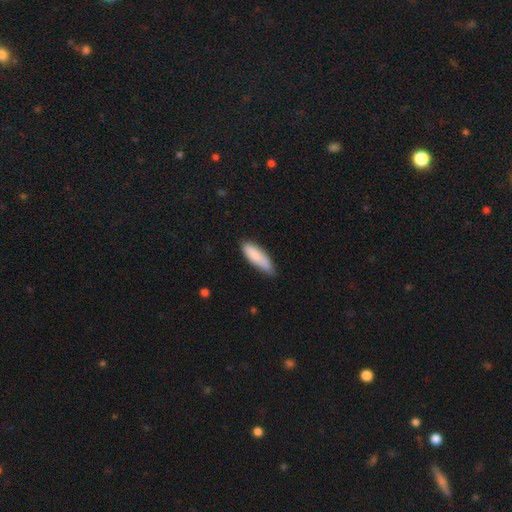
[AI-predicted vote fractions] Q: Smooth or featured?
A: smooth (85%); runner-up: featured or disk (9%)
Q: How rounded?
A: cigar-shaped (50%); runner-up: in between (48%)
Q: Merging?
A: none (72%); runner-up: minor disturbance (23%)